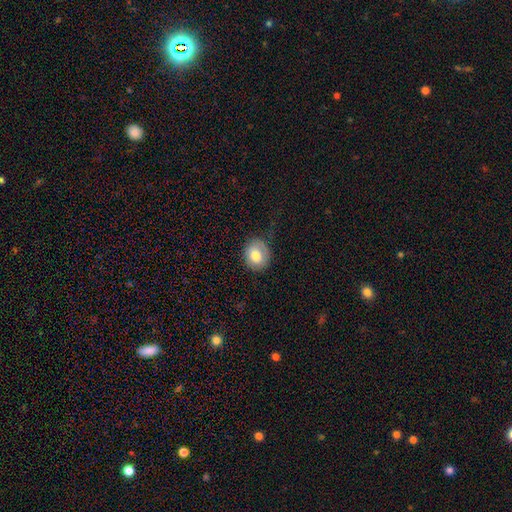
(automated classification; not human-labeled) Smooth or featured?
  - smooth: 77% *
  - featured or disk: 15%
  - star or artifact: 8%
How rounded?
  - round: 65% *
  - in between: 35%
  - cigar-shaped: 1%
Merging?
  - none: 76% *
  - minor disturbance: 18%
  - major disturbance: 5%
  - merger: 1%